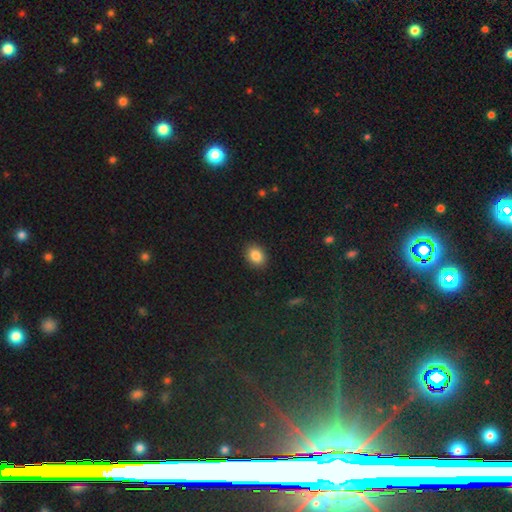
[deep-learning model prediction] Q: Smooth or featured?
A: smooth (86%); runner-up: star or artifact (9%)
Q: How rounded?
A: in between (65%); runner-up: round (34%)
Q: Merging?
A: none (90%); runner-up: minor disturbance (7%)